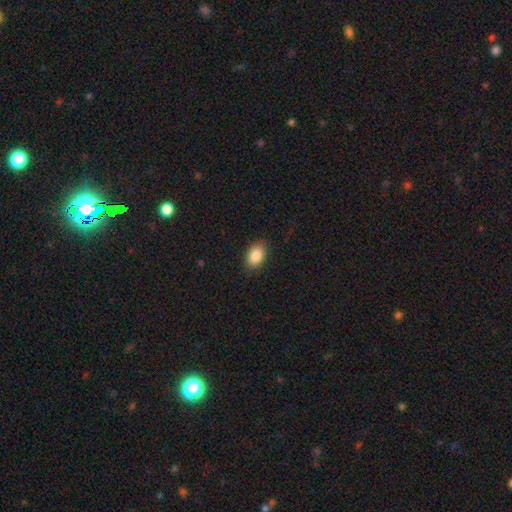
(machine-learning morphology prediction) type=smooth (87%); roundness=in between (88%); merging=none (85%).